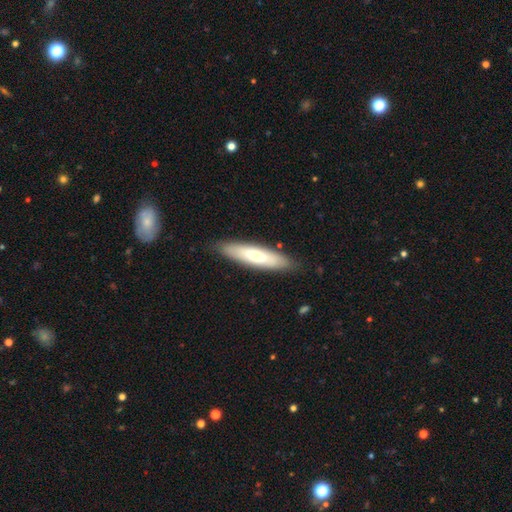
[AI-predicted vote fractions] Q: Smooth or featured?
A: smooth (64%); runner-up: featured or disk (31%)
Q: How rounded?
A: cigar-shaped (73%); runner-up: in between (26%)
Q: Merging?
A: none (86%); runner-up: minor disturbance (11%)